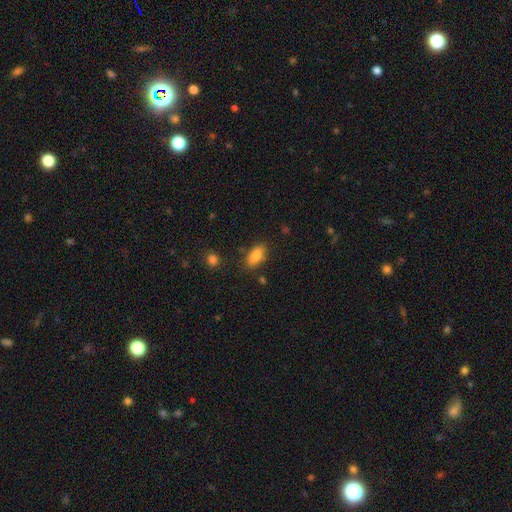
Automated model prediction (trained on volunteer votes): smooth 85%, star or artifact 8%, featured or disk 7%. Down the decision tree: how rounded — in between (89%); merging — none (79%).